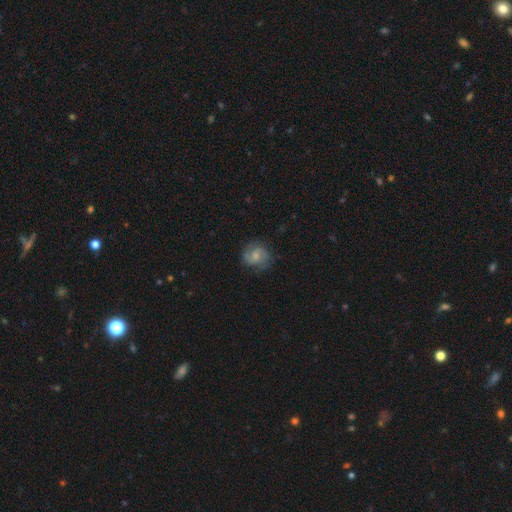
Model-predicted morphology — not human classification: A featured or disk galaxy (58%) with no bar (55%), 2 (78%) medium (48%) spiral arms (90%) and a moderate central bulge (40%).

Vote fractions:
- Smooth or featured? featured or disk: 58% / smooth: 34% / star or artifact: 8%
- Edge-on disk? no: 98% / yes: 2%
- Bar? no: 55% / weak: 39% / strong: 6%
- Spiral arms? yes: 90% / no: 10%
- Spiral winding? medium: 48% / tight: 34% / loose: 19%
- Spiral arm count? 2: 78% / can't tell: 12% / 3: 4% / 1: 3% / 4: 1% / more than 4: 1%
- Bulge size? moderate: 40% / small: 37% / none: 16% / large: 6% / dominant: 1%
- Merging? none: 75% / minor disturbance: 17% / major disturbance: 7% / merger: 1%